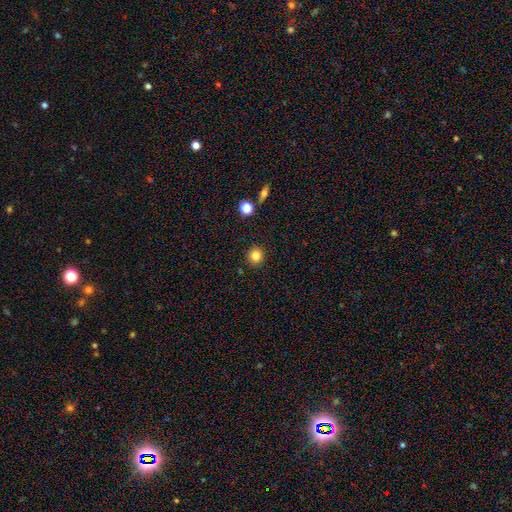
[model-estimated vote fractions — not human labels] The model was most divided on "smooth or featured": smooth: 82%, star or artifact: 12%, featured or disk: 6%. More confident: how rounded — round (92%); merging — none (91%).